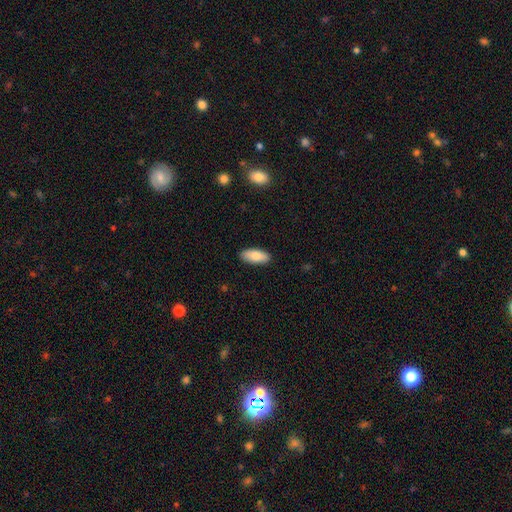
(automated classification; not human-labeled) Overall: smooth (84%). How rounded: in between (84%). Merging: none (89%).